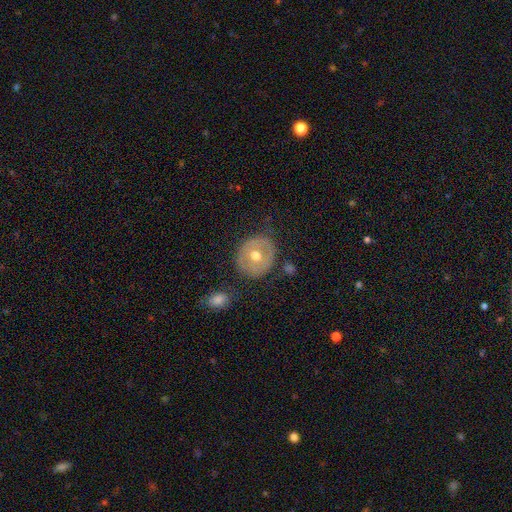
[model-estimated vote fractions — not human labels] A smooth galaxy with no disk features (47%, tied with featured or disk). Merging: none (76%).